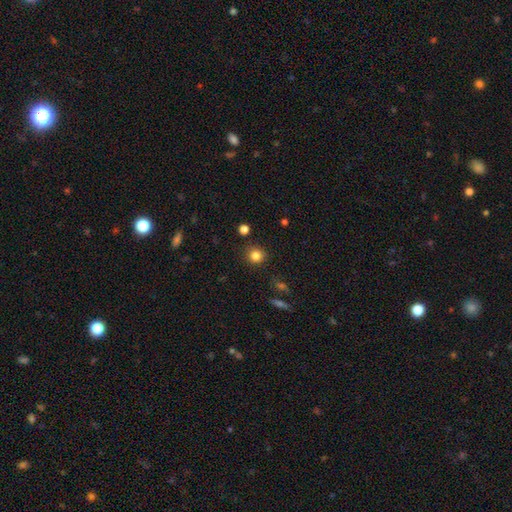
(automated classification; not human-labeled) Q: Smooth or featured?
A: smooth (83%); runner-up: star or artifact (12%)
Q: How rounded?
A: round (90%); runner-up: in between (9%)
Q: Merging?
A: none (88%); runner-up: minor disturbance (7%)